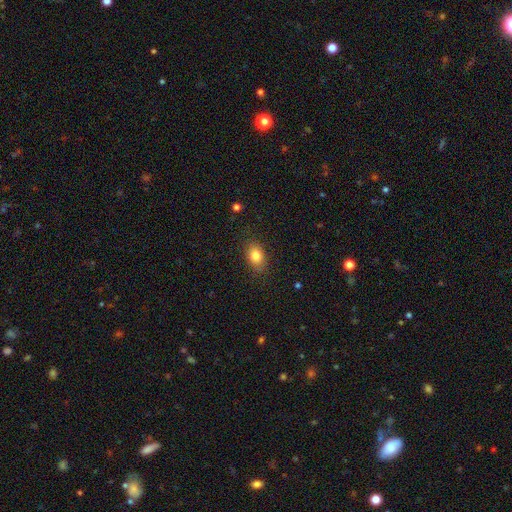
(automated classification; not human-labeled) A smooth galaxy with no disk features (82%) that is in between round and cigar-shaped (77%). Merging: none (85%).